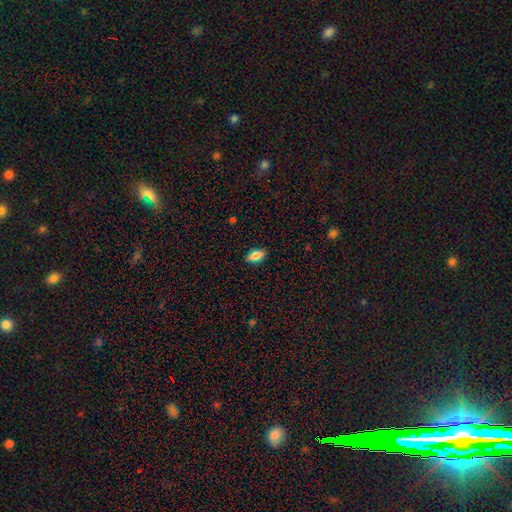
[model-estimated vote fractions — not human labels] The model was most divided on "smooth or featured": smooth: 80%, featured or disk: 12%, star or artifact: 8%. More confident: merging — none (87%); how rounded — in between (87%).